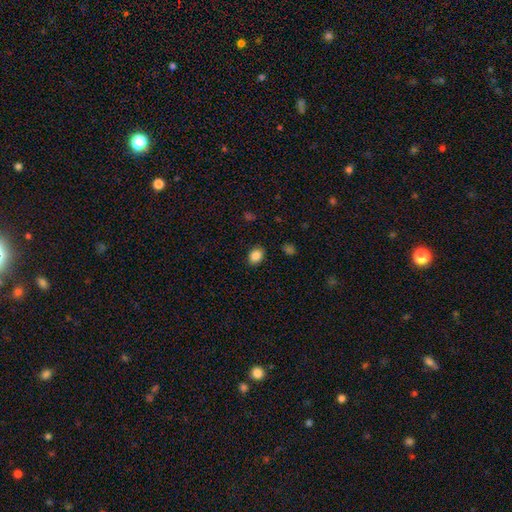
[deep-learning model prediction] Smooth or featured? smooth (86%)
How rounded? in between (62%)
Merging? none (88%)